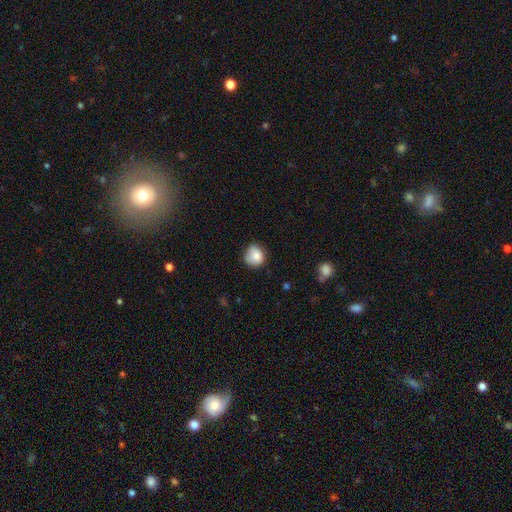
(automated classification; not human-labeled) Smooth or featured? smooth (83%)
How rounded? round (86%)
Merging? none (67%)